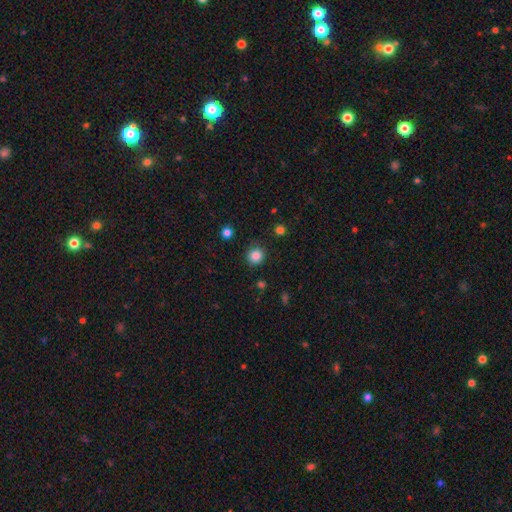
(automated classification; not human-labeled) The model was most divided on "smooth or featured": smooth: 85%, star or artifact: 12%, featured or disk: 3%. More confident: how rounded — round (91%); merging — none (87%).